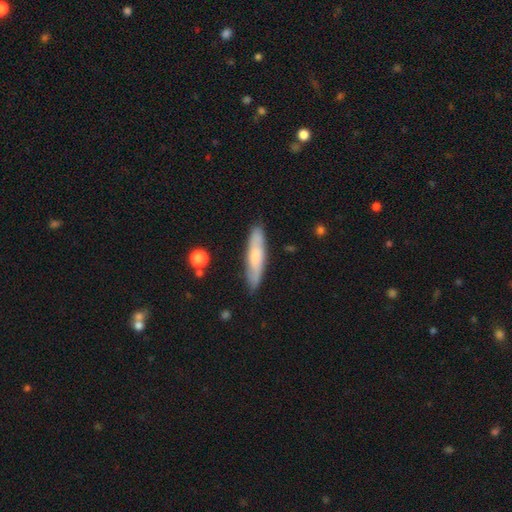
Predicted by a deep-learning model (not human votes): smooth_or_featured: smooth (p=0.62) [alt: featured or disk p=0.32]
how_rounded: cigar-shaped (p=0.82) [alt: in between p=0.16]
merging: none (p=0.84) [alt: minor disturbance p=0.12]